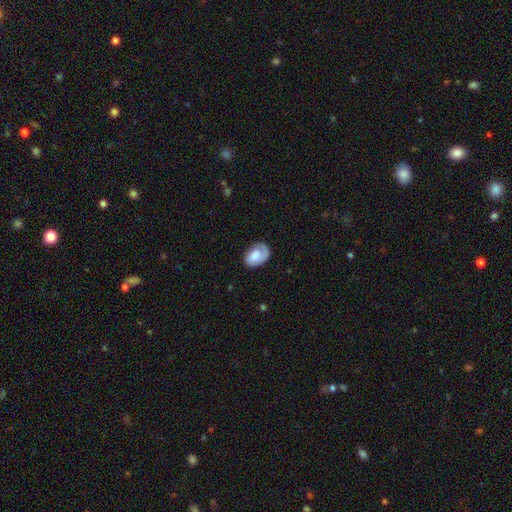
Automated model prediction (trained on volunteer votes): smooth_or_featured: smooth (p=0.61) [alt: featured or disk p=0.33]
how_rounded: in between (p=0.86) [alt: round p=0.13]
merging: none (p=0.63) [alt: minor disturbance p=0.24]